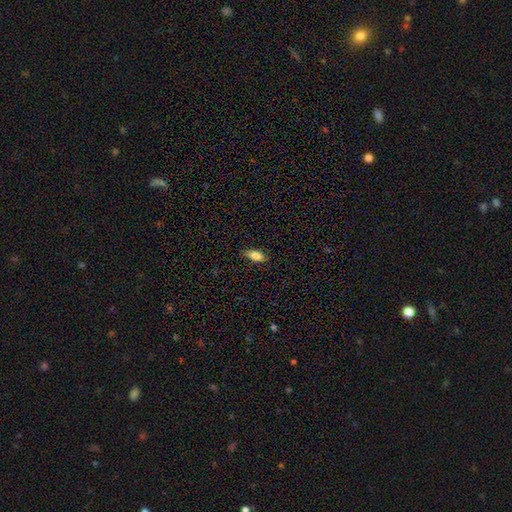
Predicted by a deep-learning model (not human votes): Q: Smooth or featured?
A: smooth (78%); runner-up: featured or disk (14%)
Q: How rounded?
A: in between (84%); runner-up: cigar-shaped (13%)
Q: Merging?
A: none (83%); runner-up: minor disturbance (14%)